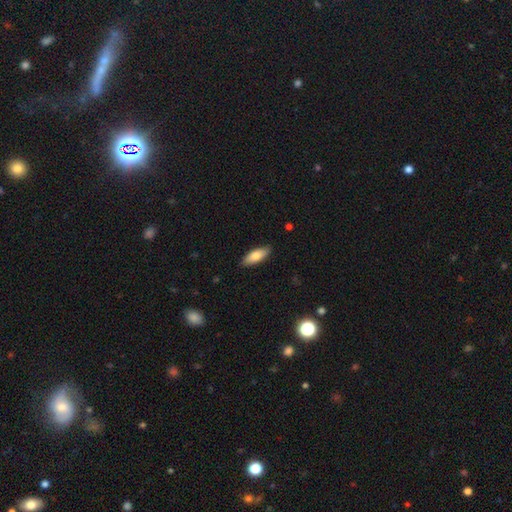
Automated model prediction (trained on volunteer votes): Morphology: type=smooth (78%); roundness=in between (69%); merging=none (86%).